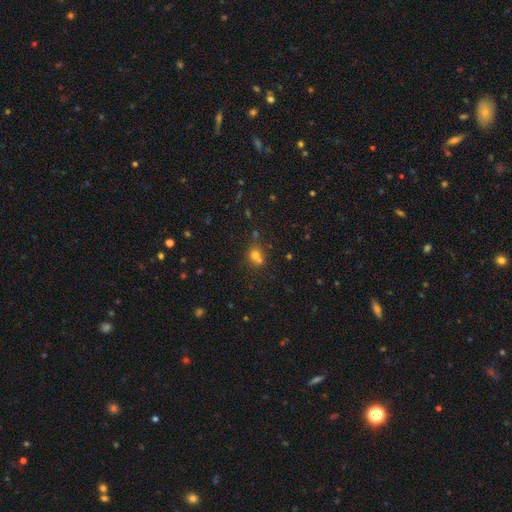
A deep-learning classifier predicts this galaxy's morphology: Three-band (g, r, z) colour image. It shows a smooth galaxy with no disk features (67%) that is round (72%). Merging: none (44%).